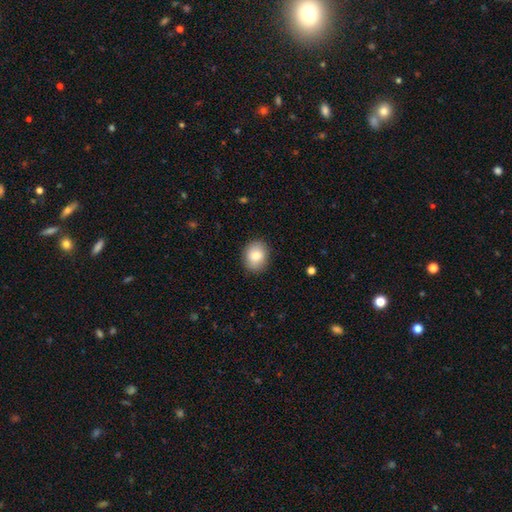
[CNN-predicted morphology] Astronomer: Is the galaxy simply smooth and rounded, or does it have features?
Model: smooth — 82%.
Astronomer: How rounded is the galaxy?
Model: round — 56% (runner-up: in between, 43%).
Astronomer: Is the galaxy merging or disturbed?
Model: none — 89%.